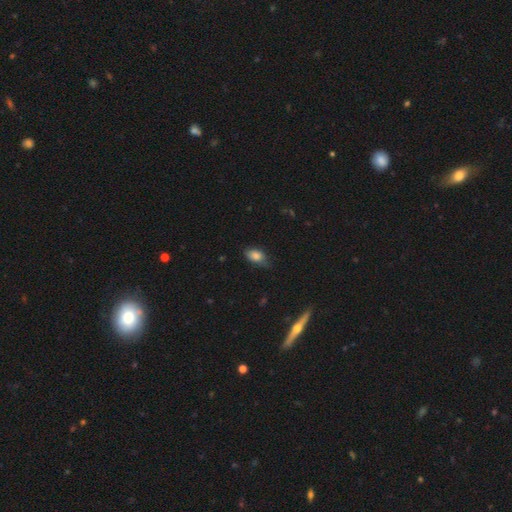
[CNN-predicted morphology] A smooth galaxy with no disk features (81%) that is in between round and cigar-shaped (86%). Merging: none (61%).